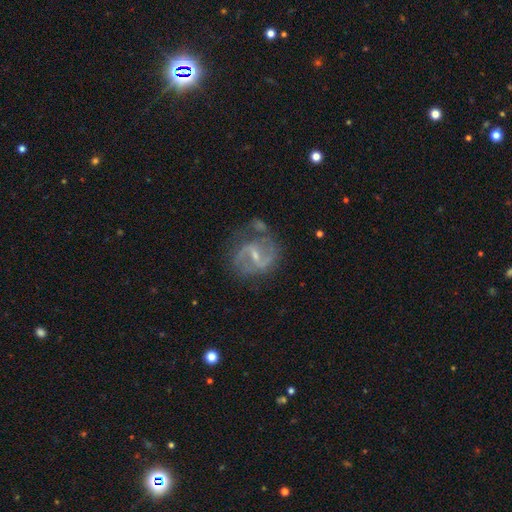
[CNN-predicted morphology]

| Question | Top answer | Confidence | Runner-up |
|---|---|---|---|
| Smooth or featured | featured or disk | 87% | star or artifact (6%) |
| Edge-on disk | no | 97% | yes (3%) |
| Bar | weak | 47% | strong (41%) |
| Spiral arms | yes | 94% | no (6%) |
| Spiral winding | medium | 54% | loose (30%) |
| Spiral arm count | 2 | 87% | can't tell (5%) |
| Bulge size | small | 67% | moderate (27%) |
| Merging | none | 62% | minor disturbance (20%) |